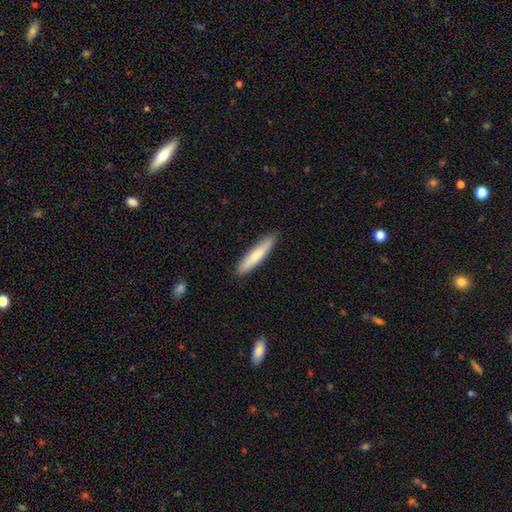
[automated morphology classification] This is likely a smooth galaxy (76%). How rounded: clearly cigar-shaped (88%). Merging: clearly none (88%).